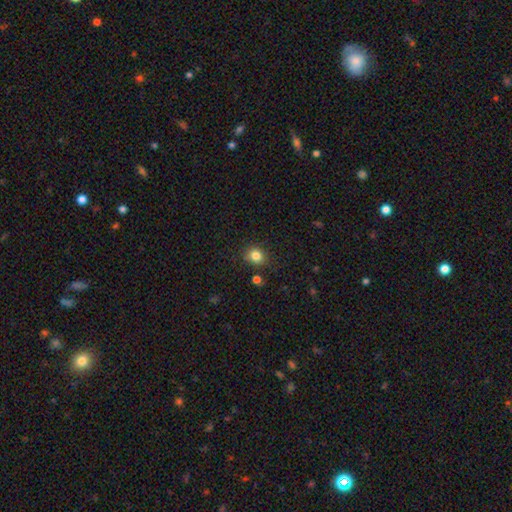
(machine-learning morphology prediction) smooth_or_featured: smooth (p=0.83) [alt: star or artifact p=0.12]
how_rounded: round (p=0.74) [alt: in between p=0.26]
merging: none (p=0.84) [alt: minor disturbance p=0.10]